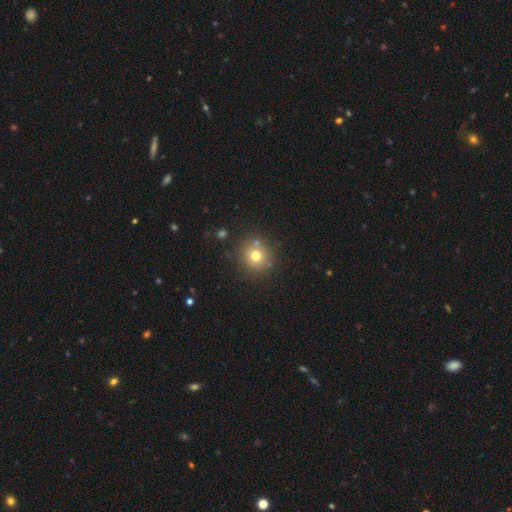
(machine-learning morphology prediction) Overall: smooth (73%). How rounded: round (92%). Merging: none (81%).